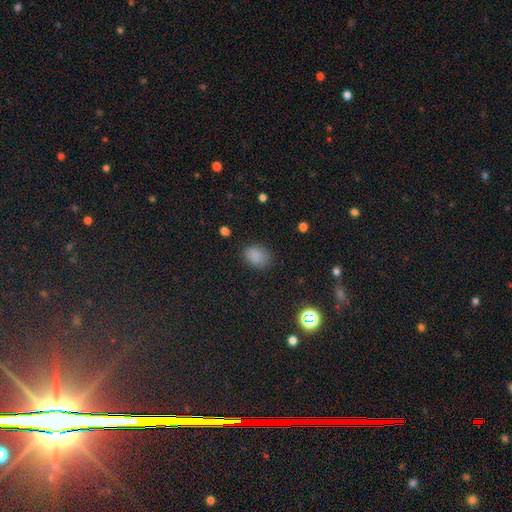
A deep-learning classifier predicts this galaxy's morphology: smooth-or-featured: smooth: 83% | star or artifact: 12% | featured or disk: 4%
  how-rounded: in between: 57% | round: 42% | cigar-shaped: 1%
  merging: none: 78% | minor disturbance: 16% | major disturbance: 5% | merger: 1%